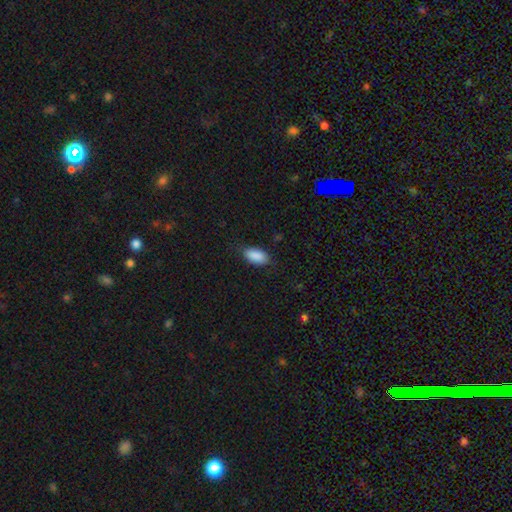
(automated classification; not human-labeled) A smooth galaxy with no disk features (90%) that is in between round and cigar-shaped (93%). Merging: none (80%).